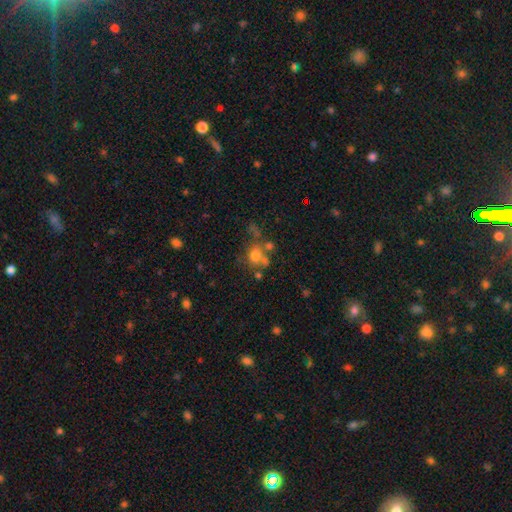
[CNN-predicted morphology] This is likely a smooth galaxy (64%). How rounded: likely round (68%). Merging: marginally none (42%).